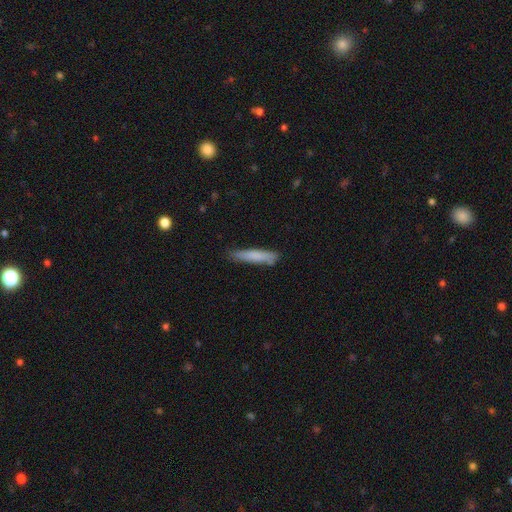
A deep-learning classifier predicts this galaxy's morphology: Smooth or featured: smooth — 77% (featured or disk — 17%)
How rounded: cigar-shaped — 89% (in between — 10%)
Merging: none — 77% (minor disturbance — 17%)